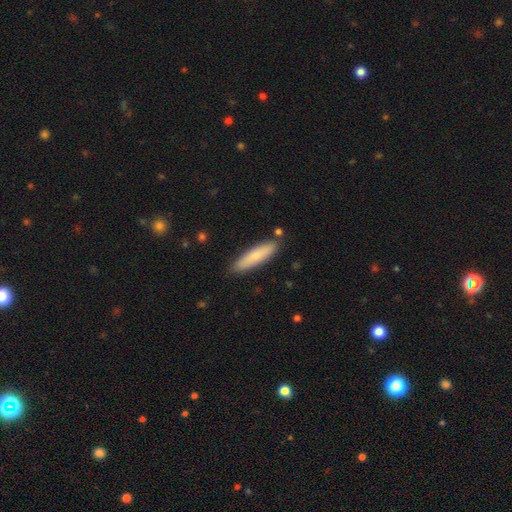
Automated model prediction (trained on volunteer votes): A smooth galaxy with no disk features (79%) that is cigar-shaped (75%).

Vote fractions:
- Smooth or featured? smooth: 79% / featured or disk: 15% / star or artifact: 6%
- How rounded? cigar-shaped: 75% / in between: 24% / round: 1%
- Merging? none: 86% / minor disturbance: 10% / merger: 2% / major disturbance: 2%